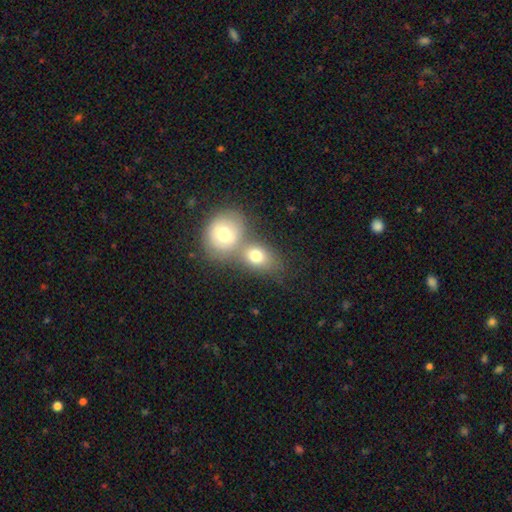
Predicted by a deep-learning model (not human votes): A smooth galaxy with no disk features (73%) that is round (52%). Merging: merger (56%).